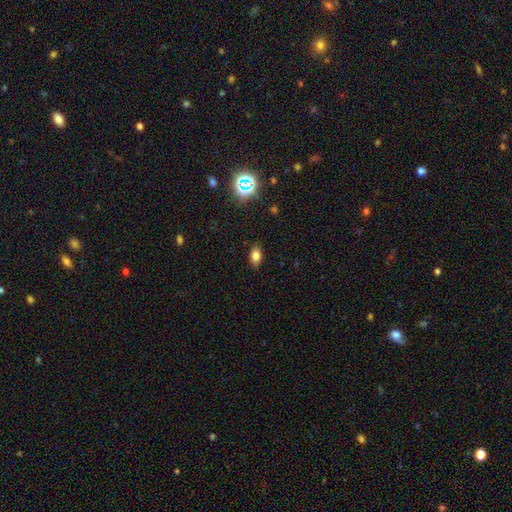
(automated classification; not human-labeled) A smooth galaxy with no disk features (77%) that is in between round and cigar-shaped (86%). Merging: none (87%).